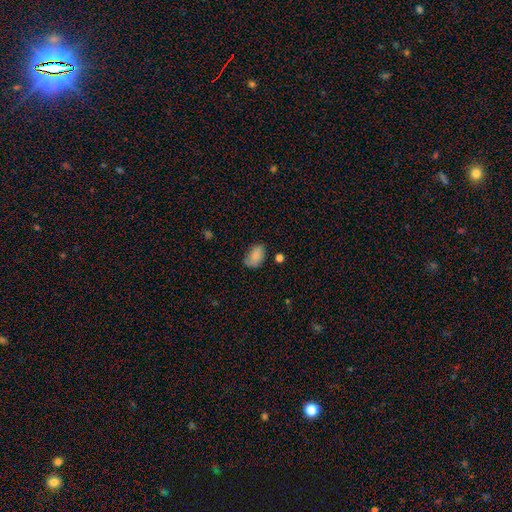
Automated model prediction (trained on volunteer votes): A smooth galaxy with no disk features (83%) that is in between round and cigar-shaped (87%).

Vote fractions:
- Smooth or featured? smooth: 83% / star or artifact: 9% / featured or disk: 9%
- How rounded? in between: 87% / round: 12% / cigar-shaped: 1%
- Merging? none: 62% / minor disturbance: 27% / major disturbance: 8% / merger: 3%